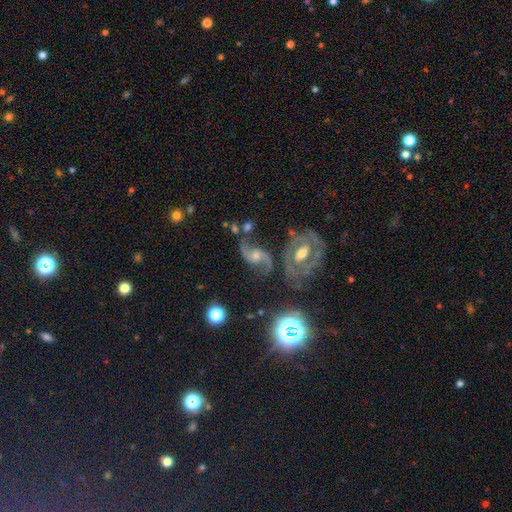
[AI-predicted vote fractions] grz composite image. It shows a featured or disk galaxy (84%) with no bar (53%), 2 (92%) loose (74%) spiral arms (95%) and a moderate central bulge (58%). Merging: none (58%).